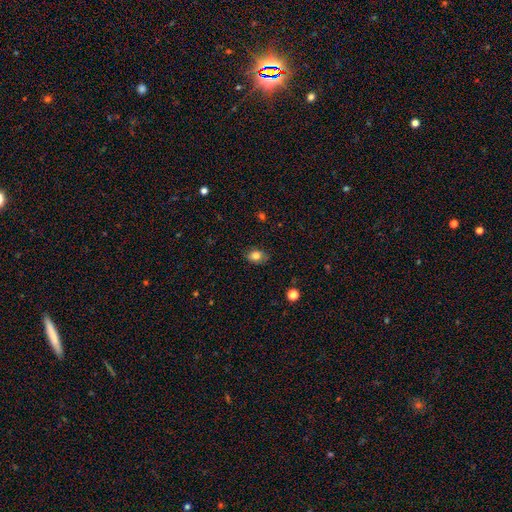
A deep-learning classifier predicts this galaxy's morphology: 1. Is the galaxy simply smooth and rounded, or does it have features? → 82% smooth, 10% star or artifact, 8% featured or disk.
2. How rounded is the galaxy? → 69% in between, 30% round, 1% cigar-shaped.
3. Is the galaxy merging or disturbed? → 79% none, 16% minor disturbance, 3% major disturbance, 1% merger.